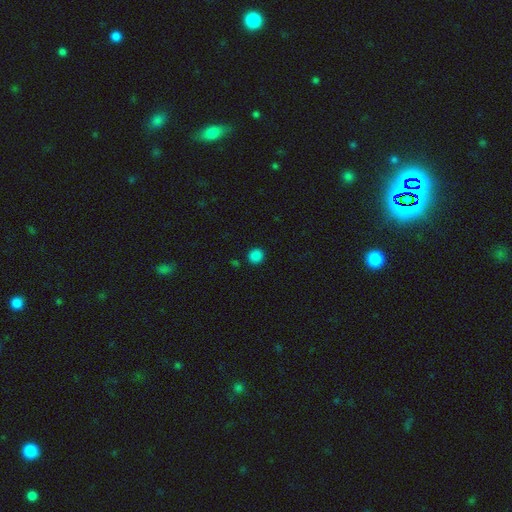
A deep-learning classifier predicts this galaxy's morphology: A smooth galaxy with no disk features (85%) that is round (91%).

Vote fractions:
- Smooth or featured? smooth: 85% / star or artifact: 12% / featured or disk: 3%
- How rounded? round: 91% / in between: 8% / cigar-shaped: 1%
- Merging? none: 91% / minor disturbance: 6% / major disturbance: 2% / merger: 2%